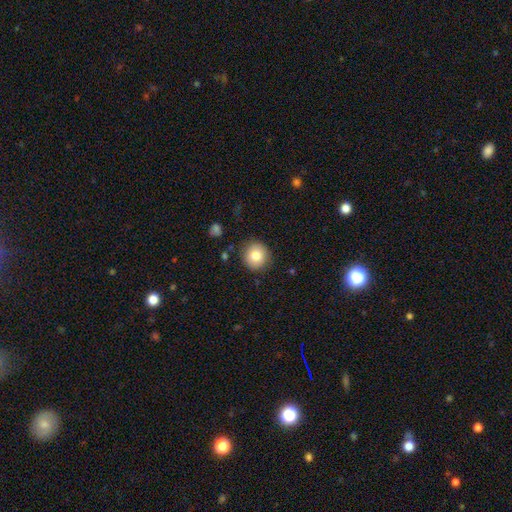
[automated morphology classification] smooth_or_featured: smooth (p=0.81) [alt: featured or disk p=0.10]
how_rounded: round (p=0.93) [alt: in between p=0.06]
merging: none (p=0.88) [alt: minor disturbance p=0.08]